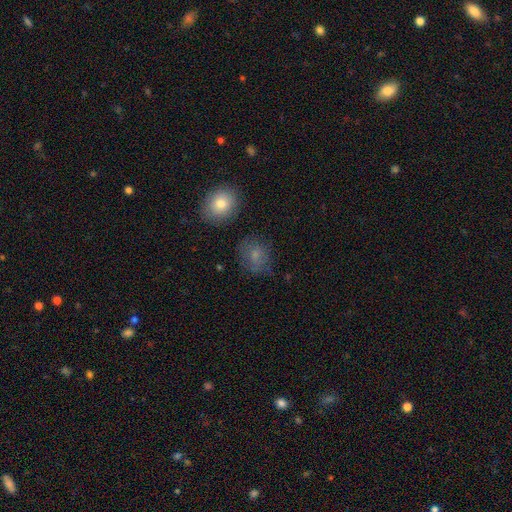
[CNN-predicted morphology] Smooth or featured?
  - smooth: 73% *
  - featured or disk: 14%
  - star or artifact: 13%
How rounded?
  - round: 65% *
  - in between: 34%
  - cigar-shaped: 1%
Merging?
  - none: 69% *
  - minor disturbance: 19%
  - major disturbance: 8%
  - merger: 3%